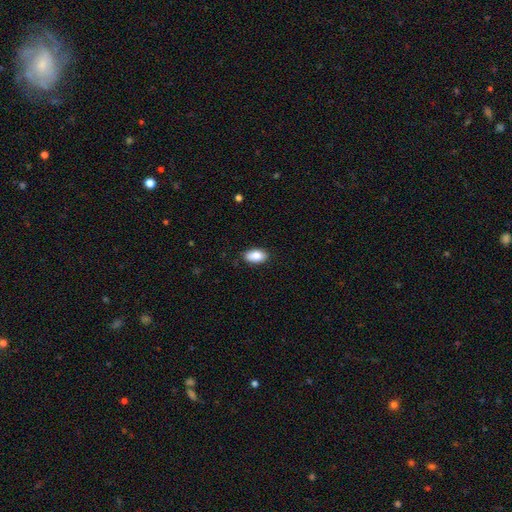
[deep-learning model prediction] A smooth galaxy with no disk features (88%) that is in between round and cigar-shaped (93%).

Vote fractions:
- Smooth or featured? smooth: 88% / star or artifact: 7% / featured or disk: 6%
- How rounded? in between: 93% / round: 4% / cigar-shaped: 3%
- Merging? none: 86% / minor disturbance: 11% / major disturbance: 2% / merger: 1%